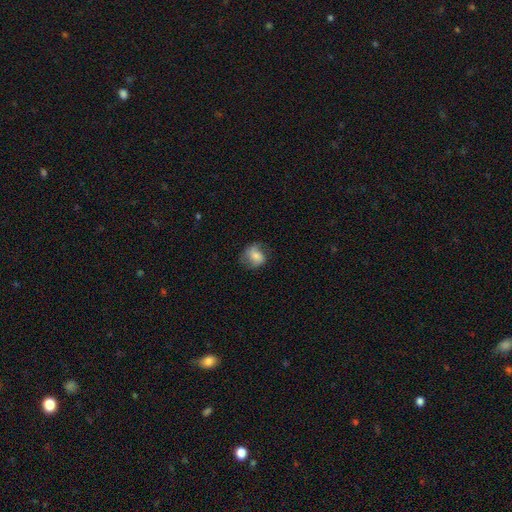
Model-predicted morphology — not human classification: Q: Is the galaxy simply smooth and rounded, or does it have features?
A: smooth — 64%.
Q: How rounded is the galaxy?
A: round — 61%.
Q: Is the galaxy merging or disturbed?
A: none — 62%.